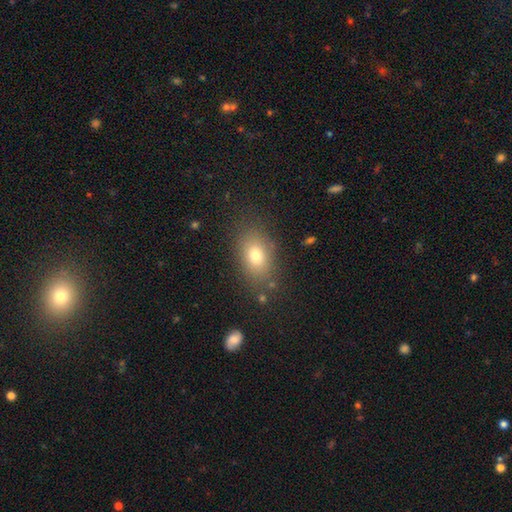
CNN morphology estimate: smooth-or-featured: smooth: 75% | featured or disk: 13% | star or artifact: 12%
  how-rounded: in between: 79% | round: 19% | cigar-shaped: 2%
  merging: none: 80% | minor disturbance: 12% | major disturbance: 5% | merger: 3%